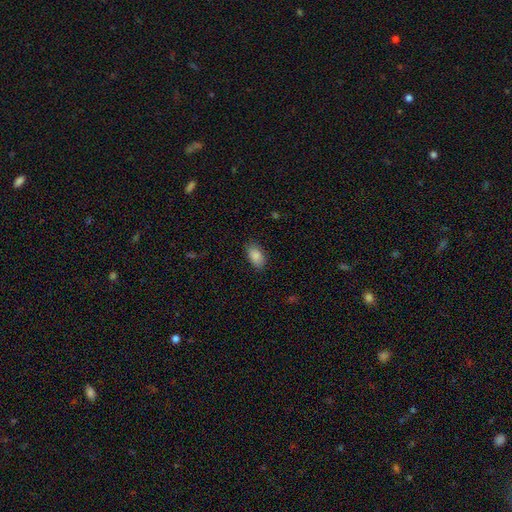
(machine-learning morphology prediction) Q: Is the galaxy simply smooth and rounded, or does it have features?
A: smooth — 87%.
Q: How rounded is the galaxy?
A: in between — 93%.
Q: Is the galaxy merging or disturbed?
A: none — 84%.